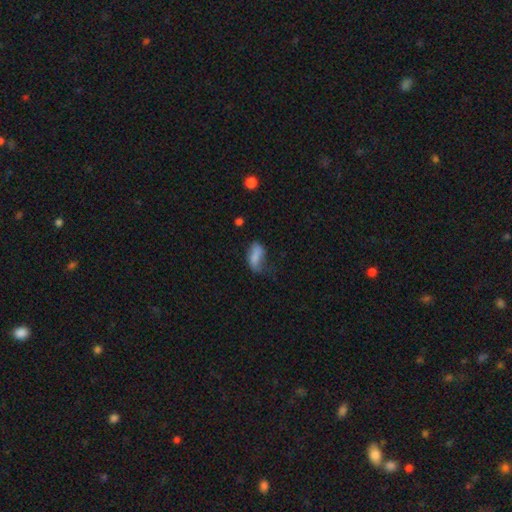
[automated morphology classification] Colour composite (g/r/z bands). It shows a smooth galaxy with no disk features (74%) that is in between round and cigar-shaped (86%). Merging: minor disturbance (34%).